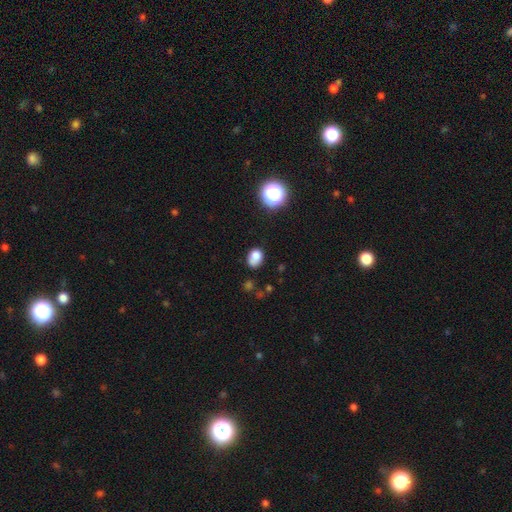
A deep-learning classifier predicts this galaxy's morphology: smooth 79%, star or artifact 12%, featured or disk 9%. Down the decision tree: how rounded — in between (65%); merging — none (60%).